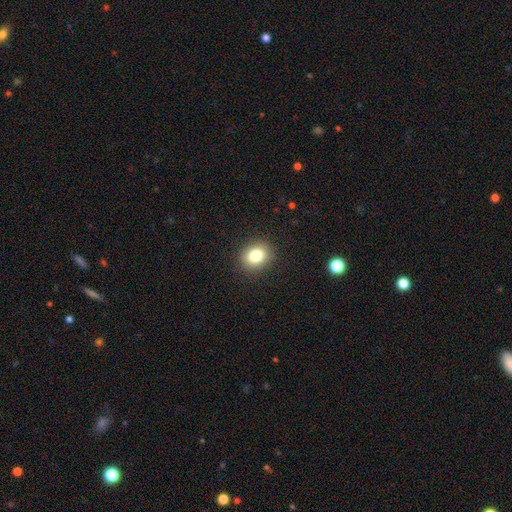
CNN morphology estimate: Smooth or featured?
  - smooth: 81% *
  - star or artifact: 11%
  - featured or disk: 8%
How rounded?
  - round: 57% *
  - in between: 42%
  - cigar-shaped: 1%
Merging?
  - none: 89% *
  - minor disturbance: 8%
  - major disturbance: 2%
  - merger: 1%